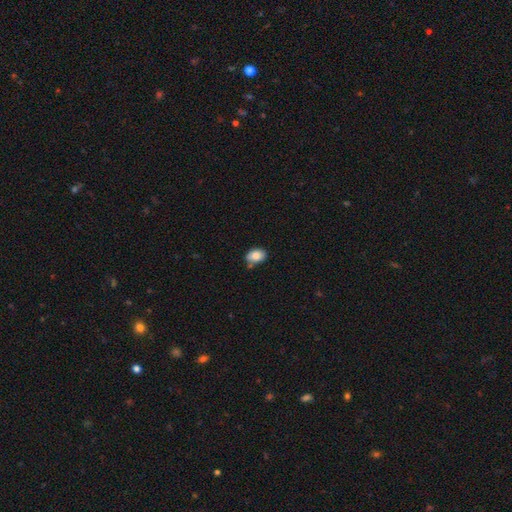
This is clearly a smooth galaxy (85%). How rounded: clearly in between (91%). Merging: likely none (71%).